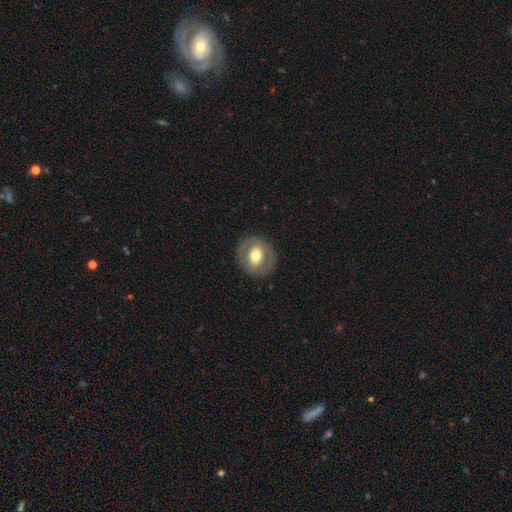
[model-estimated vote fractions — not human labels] A smooth galaxy with no disk features (54%) that is round (75%). Merging: none (85%).